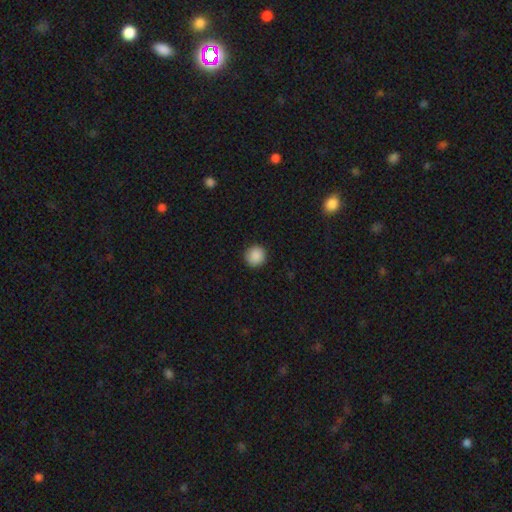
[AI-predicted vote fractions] A smooth galaxy with no disk features (89%) that is round (94%).

Vote fractions:
- Smooth or featured? smooth: 89% / star or artifact: 8% / featured or disk: 3%
- How rounded? round: 94% / in between: 5% / cigar-shaped: 1%
- Merging? none: 91% / minor disturbance: 6% / major disturbance: 2% / merger: 1%